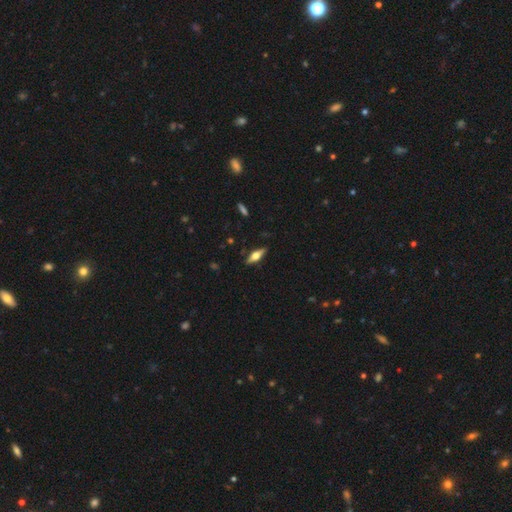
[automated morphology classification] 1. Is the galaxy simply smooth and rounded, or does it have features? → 53% featured or disk, 40% smooth, 7% star or artifact.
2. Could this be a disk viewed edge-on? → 92% yes, 8% no.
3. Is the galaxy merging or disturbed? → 87% none, 10% minor disturbance, 2% major disturbance, 1% merger.